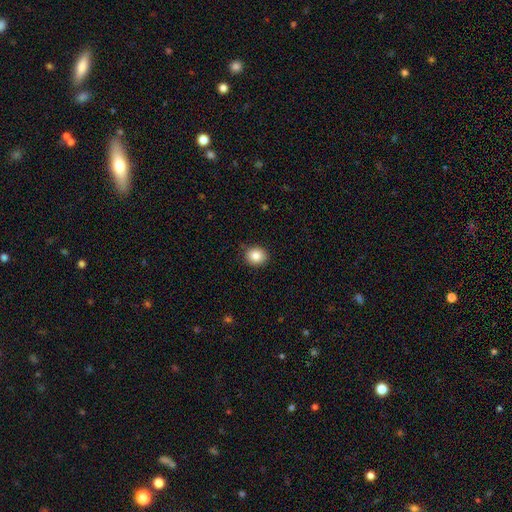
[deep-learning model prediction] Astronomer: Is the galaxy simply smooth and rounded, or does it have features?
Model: smooth — 85%.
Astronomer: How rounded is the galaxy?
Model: round — 74%.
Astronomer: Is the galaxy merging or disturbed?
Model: none — 88%.